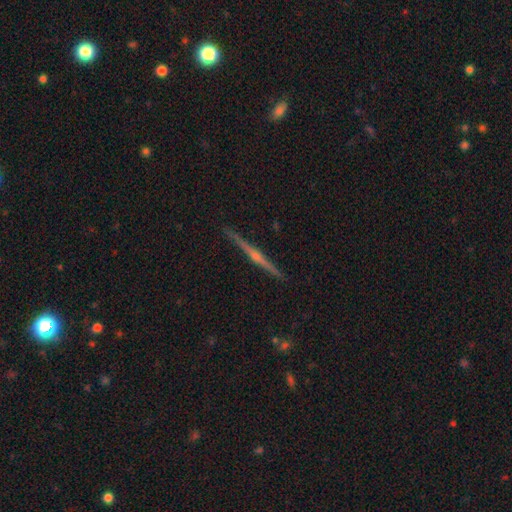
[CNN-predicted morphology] smooth_or_featured: featured or disk (p=0.82) [alt: smooth p=0.12]
disk_edge_on: yes (p=0.99) [alt: no p=0.01]
edge_on_bulge: rounded (p=0.82) [alt: none p=0.12]
merging: none (p=0.92) [alt: minor disturbance p=0.06]